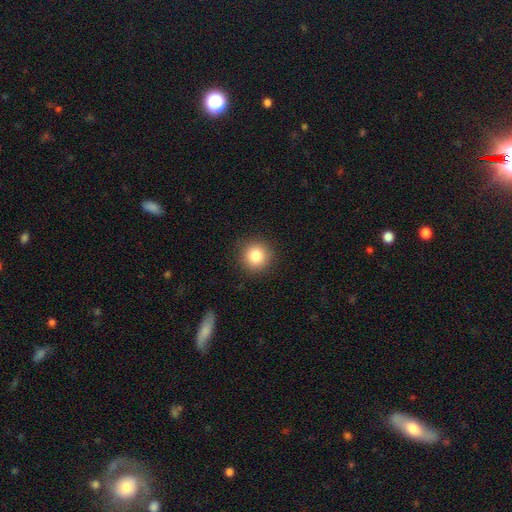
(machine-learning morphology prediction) Smooth or featured?
  - smooth: 84% *
  - star or artifact: 10%
  - featured or disk: 6%
How rounded?
  - round: 93% *
  - in between: 6%
  - cigar-shaped: 1%
Merging?
  - none: 90% *
  - minor disturbance: 7%
  - major disturbance: 2%
  - merger: 1%